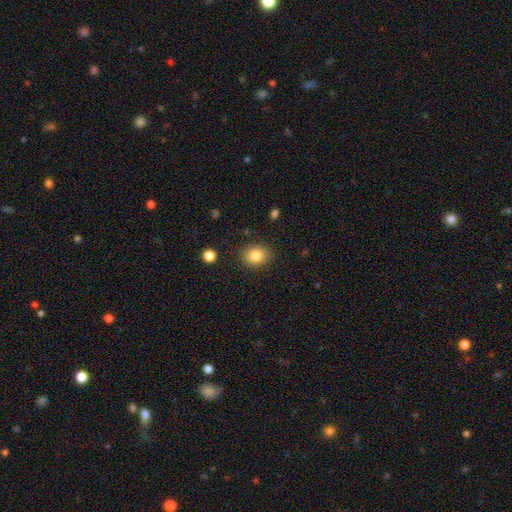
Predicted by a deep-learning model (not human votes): smooth 83%, star or artifact 10%, featured or disk 7%. Down the decision tree: how rounded — round (60%); merging — none (86%).